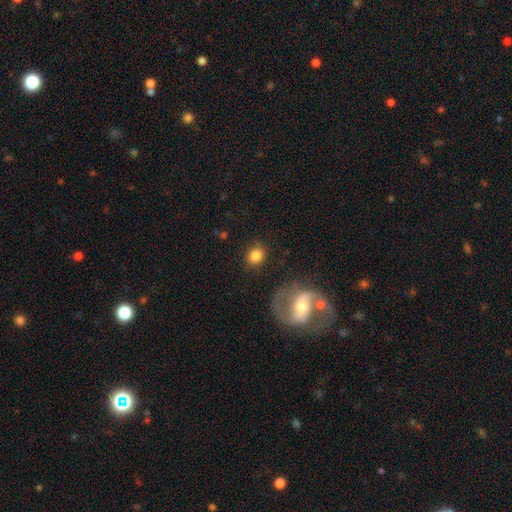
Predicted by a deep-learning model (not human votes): smooth_or_featured: smooth (p=0.80) [alt: featured or disk p=0.11]
how_rounded: round (p=0.71) [alt: in between p=0.28]
merging: none (p=0.79) [alt: minor disturbance p=0.11]